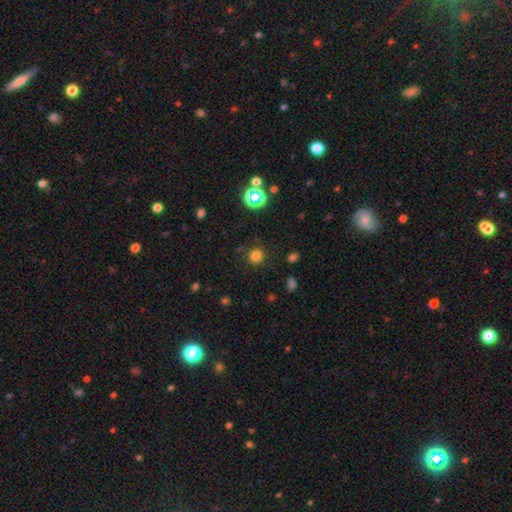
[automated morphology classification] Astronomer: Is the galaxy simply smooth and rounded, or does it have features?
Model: smooth — 75%.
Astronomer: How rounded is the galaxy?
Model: round — 94%.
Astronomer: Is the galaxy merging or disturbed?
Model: none — 87%.